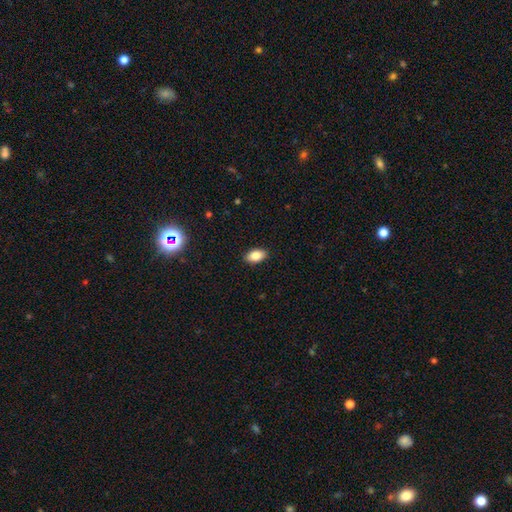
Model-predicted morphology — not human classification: smooth-or-featured: smooth: 84% | star or artifact: 8% | featured or disk: 8%
  how-rounded: in between: 92% | round: 6% | cigar-shaped: 2%
  merging: none: 89% | minor disturbance: 8% | major disturbance: 2% | merger: 1%